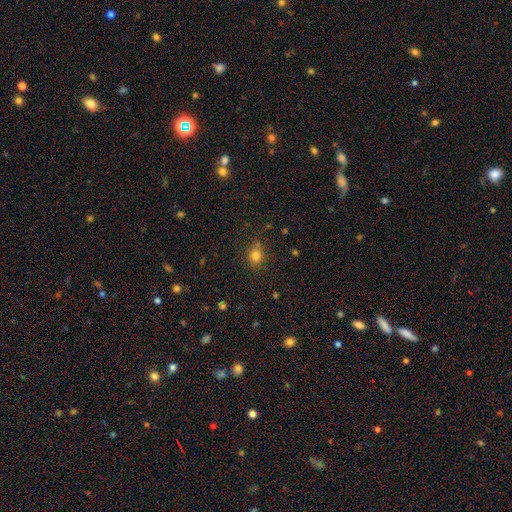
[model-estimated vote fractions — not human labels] Smooth or featured? smooth (79%)
How rounded? round (80%)
Merging? none (76%)